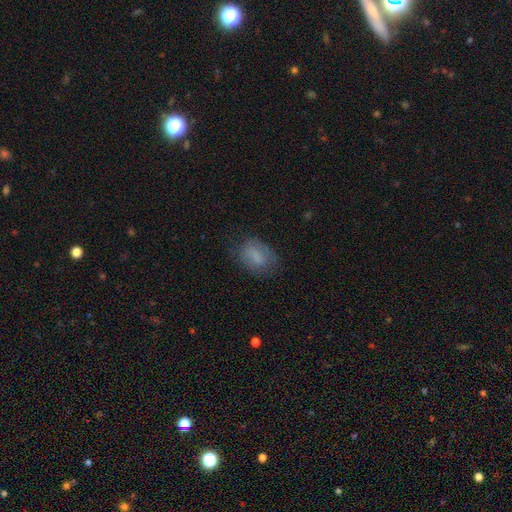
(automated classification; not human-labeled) Smooth or featured?
  - smooth: 71% *
  - featured or disk: 20%
  - star or artifact: 10%
How rounded?
  - in between: 80% *
  - round: 18%
  - cigar-shaped: 2%
Merging?
  - none: 65% *
  - minor disturbance: 23%
  - major disturbance: 11%
  - merger: 2%